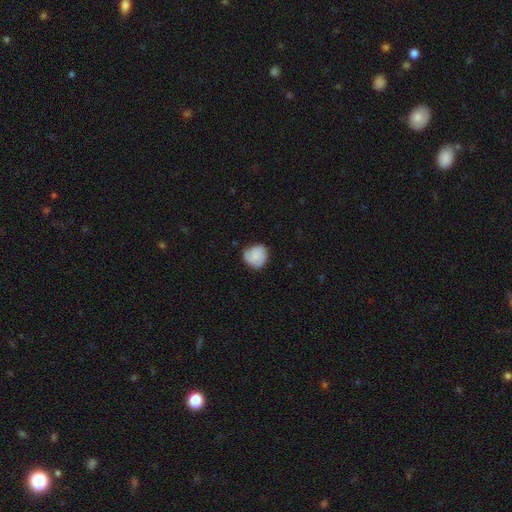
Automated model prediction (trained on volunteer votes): Smooth or featured? smooth (68%)
How rounded? round (83%)
Merging? none (65%)